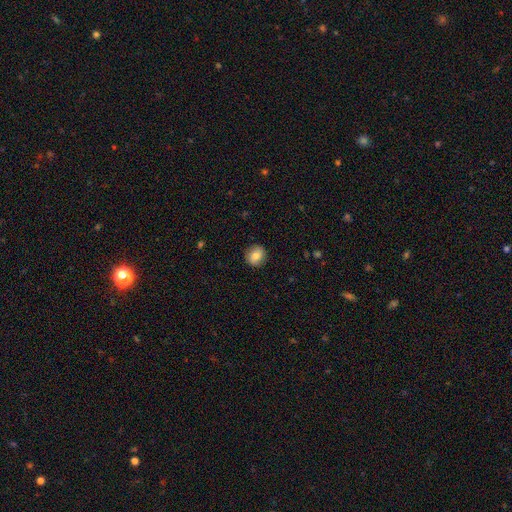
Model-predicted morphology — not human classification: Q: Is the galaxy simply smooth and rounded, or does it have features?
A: smooth — 80%.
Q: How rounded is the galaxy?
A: round — 85%.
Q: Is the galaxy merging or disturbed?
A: none — 89%.